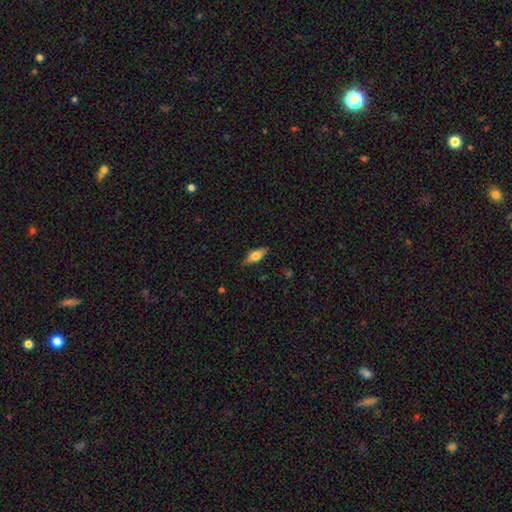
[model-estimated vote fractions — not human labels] The model was most divided on "smooth or featured": smooth: 66%, featured or disk: 27%, star or artifact: 7%. More confident: merging — none (83%); how rounded — in between (72%).